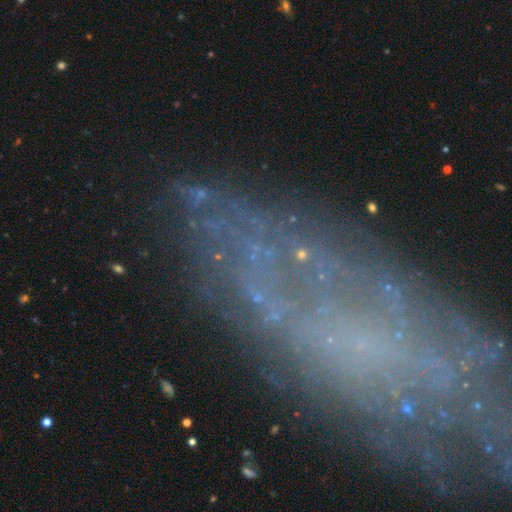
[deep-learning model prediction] smooth_or_featured: featured or disk (p=0.44) [alt: star or artifact p=0.37]
merging: none (p=0.63) [alt: minor disturbance p=0.17]